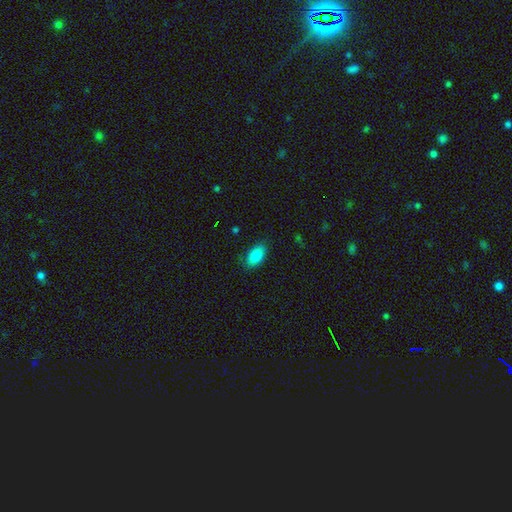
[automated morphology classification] Q: Smooth or featured?
A: smooth (88%); runner-up: star or artifact (7%)
Q: How rounded?
A: in between (92%); runner-up: cigar-shaped (5%)
Q: Merging?
A: none (86%); runner-up: minor disturbance (10%)